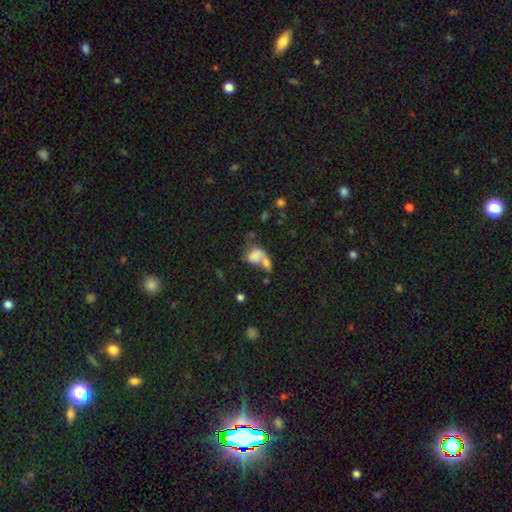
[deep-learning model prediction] A smooth galaxy with no disk features (72%) that is in between round and cigar-shaped (77%).

Vote fractions:
- Smooth or featured? smooth: 72% / featured or disk: 18% / star or artifact: 11%
- How rounded? in between: 77% / round: 21% / cigar-shaped: 2%
- Merging? merger: 62% / none: 17% / major disturbance: 11% / minor disturbance: 9%